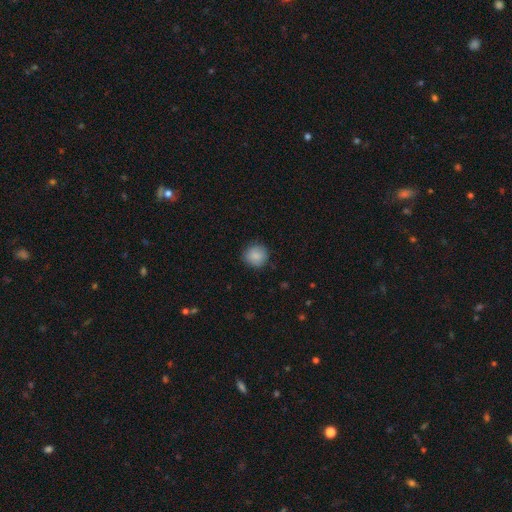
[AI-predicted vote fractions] The model was most divided on "merging": none: 86%, minor disturbance: 10%, major disturbance: 3%, merger: 1%. More confident: how rounded — round (90%); smooth or featured — smooth (88%).